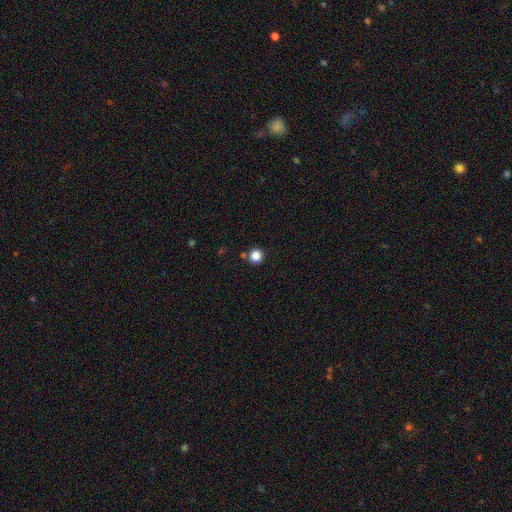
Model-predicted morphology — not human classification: Overall: smooth (85%). How rounded: round (95%). Merging: none (86%).